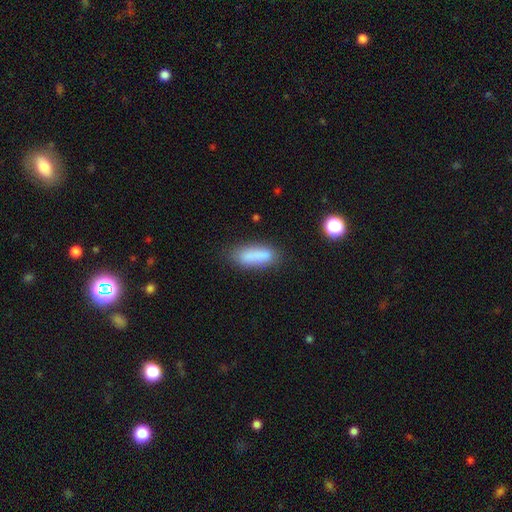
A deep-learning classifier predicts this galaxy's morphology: Smooth or featured?
  - smooth: 81% *
  - featured or disk: 10%
  - star or artifact: 9%
How rounded?
  - in between: 58% *
  - cigar-shaped: 40%
  - round: 3%
Merging?
  - none: 69% *
  - minor disturbance: 20%
  - major disturbance: 6%
  - merger: 6%